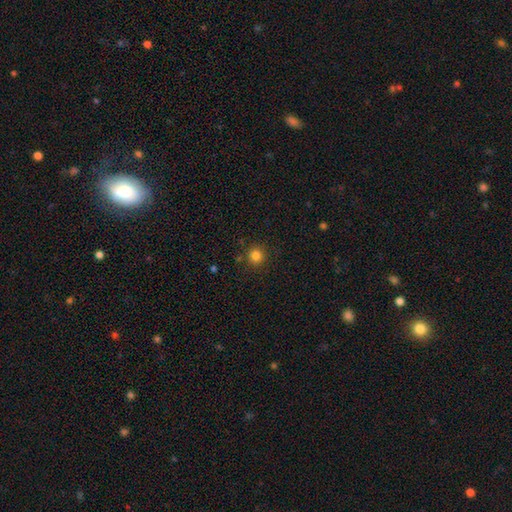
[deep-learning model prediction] A smooth galaxy with no disk features (82%) that is round (93%).

Vote fractions:
- Smooth or featured? smooth: 82% / star or artifact: 13% / featured or disk: 5%
- How rounded? round: 93% / in between: 6% / cigar-shaped: 1%
- Merging? none: 87% / minor disturbance: 7% / merger: 3% / major disturbance: 2%